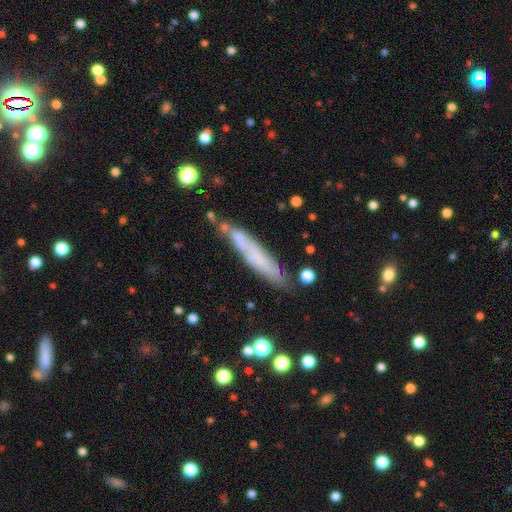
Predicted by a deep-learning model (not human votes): smooth_or_featured: smooth (p=0.54) [alt: featured or disk p=0.38]
how_rounded: cigar-shaped (p=0.89) [alt: in between p=0.10]
merging: none (p=0.71) [alt: minor disturbance p=0.19]